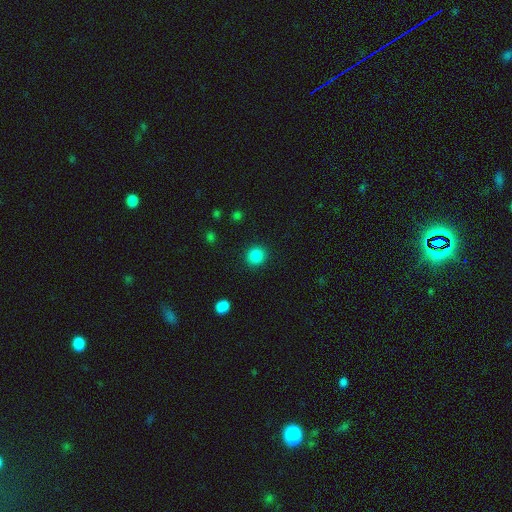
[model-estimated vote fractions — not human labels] smooth_or_featured: smooth (p=0.85) [alt: star or artifact p=0.11]
how_rounded: round (p=0.87) [alt: in between p=0.12]
merging: none (p=0.91) [alt: minor disturbance p=0.06]